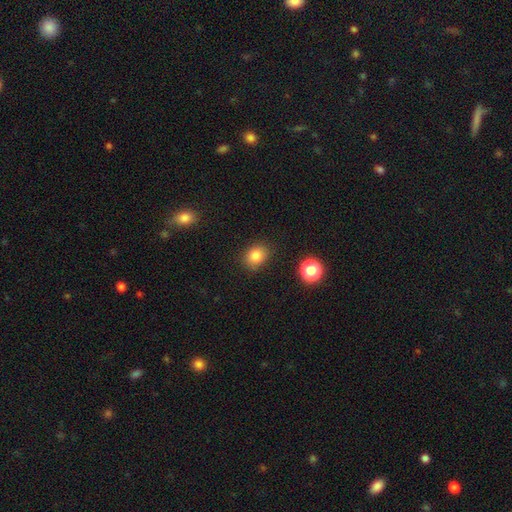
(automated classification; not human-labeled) This is clearly a smooth galaxy (82%). How rounded: possibly round (55%). Merging: clearly none (85%).